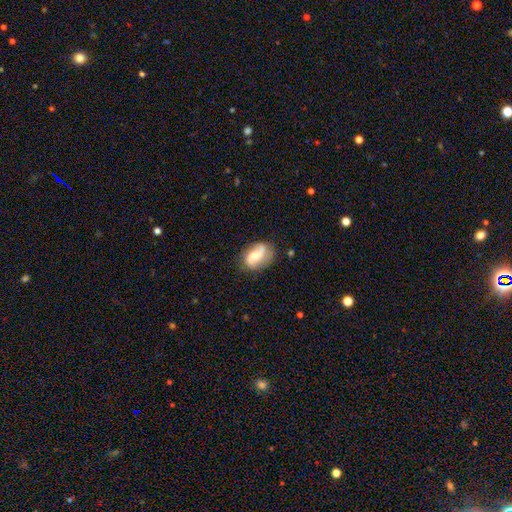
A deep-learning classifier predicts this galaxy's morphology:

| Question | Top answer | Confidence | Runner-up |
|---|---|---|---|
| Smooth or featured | featured or disk | 65% | smooth (28%) |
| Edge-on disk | no | 97% | yes (3%) |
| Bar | no | 50% | weak (38%) |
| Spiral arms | yes | 90% | no (10%) |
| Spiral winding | loose | 54% | medium (34%) |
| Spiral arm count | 2 | 82% | 1 (8%) |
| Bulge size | moderate | 51% | small (32%) |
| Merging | none | 68% | minor disturbance (22%) |